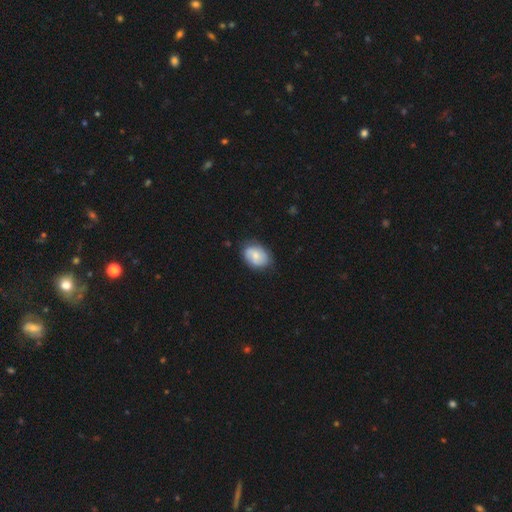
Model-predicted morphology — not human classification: Smooth or featured? smooth (63%)
How rounded? in between (70%)
Merging? none (74%)